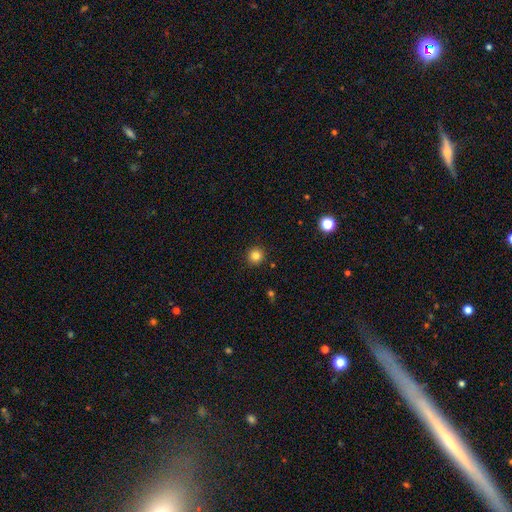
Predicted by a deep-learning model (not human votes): smooth-or-featured: smooth: 83% | star or artifact: 12% | featured or disk: 5%
  how-rounded: round: 94% | in between: 5% | cigar-shaped: 1%
  merging: none: 92% | minor disturbance: 5% | major disturbance: 2% | merger: 1%